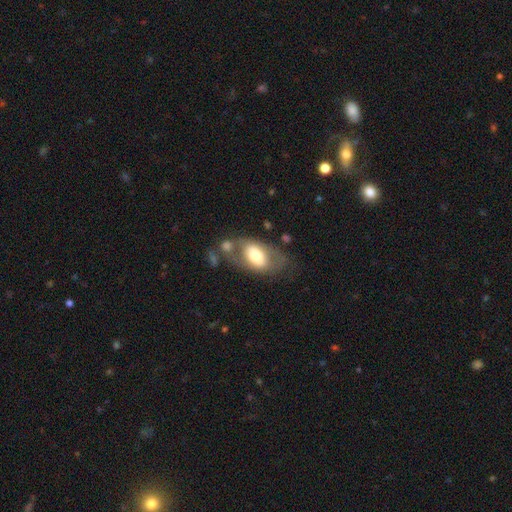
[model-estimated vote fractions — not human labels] Smooth or featured? smooth (52%)
How rounded? in between (90%)
Merging? none (45%)